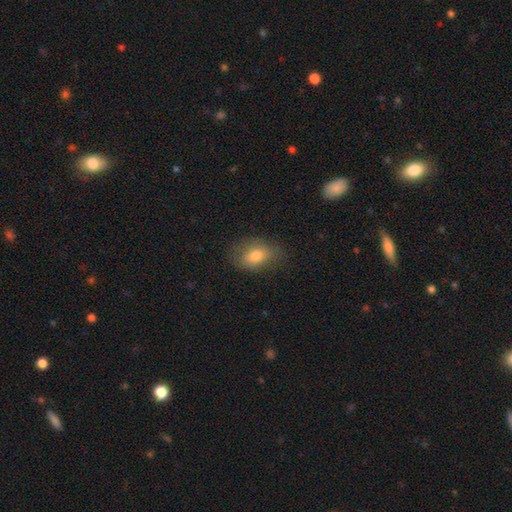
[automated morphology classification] Smooth or featured: smooth — 76% (featured or disk — 15%)
How rounded: in between — 79% (round — 19%)
Merging: none — 73% (minor disturbance — 19%)